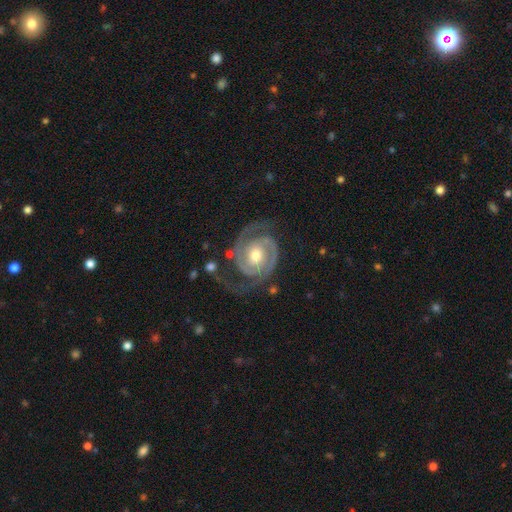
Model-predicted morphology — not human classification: type=featured or disk (92%); edge-on=no (98%); bar=no (62%); spiral arms=yes (98%); winding=tight (58%); arm count=2 (91%); bulge=moderate (65%); merging=none (74%).